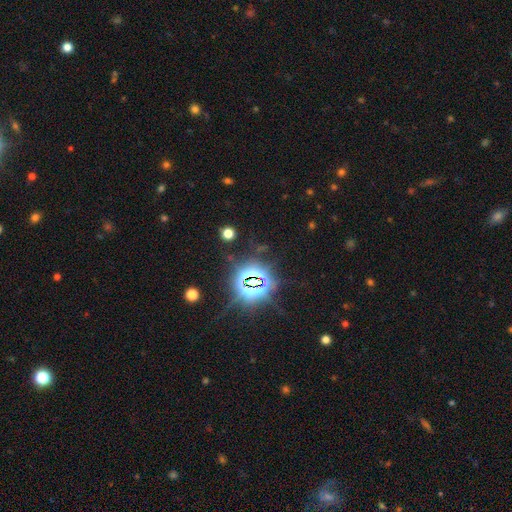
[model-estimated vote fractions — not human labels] This appears to be a star or artifact, not a galaxy (83%).